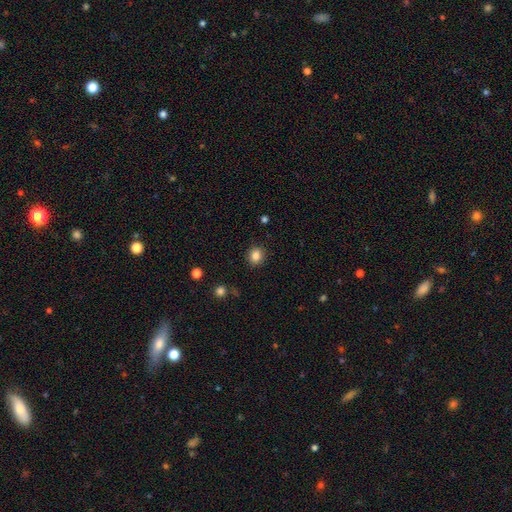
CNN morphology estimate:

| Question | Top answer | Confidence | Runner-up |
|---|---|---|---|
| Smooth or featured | smooth | 85% | star or artifact (10%) |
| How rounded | round | 77% | in between (22%) |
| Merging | none | 89% | minor disturbance (7%) |